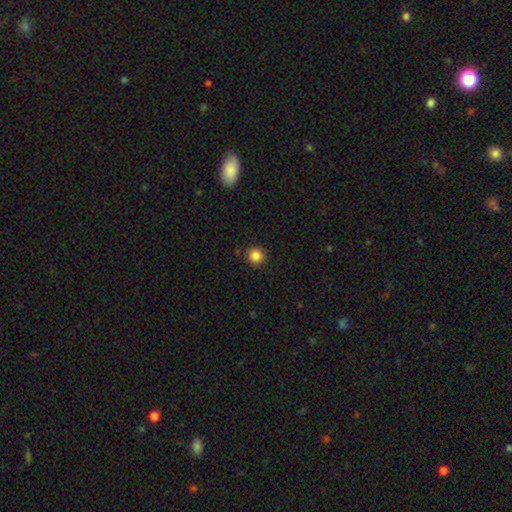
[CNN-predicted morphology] Smooth or featured? Predicted: smooth (p=0.85). How rounded? Predicted: round (p=0.92). Merging? Predicted: none (p=0.90).